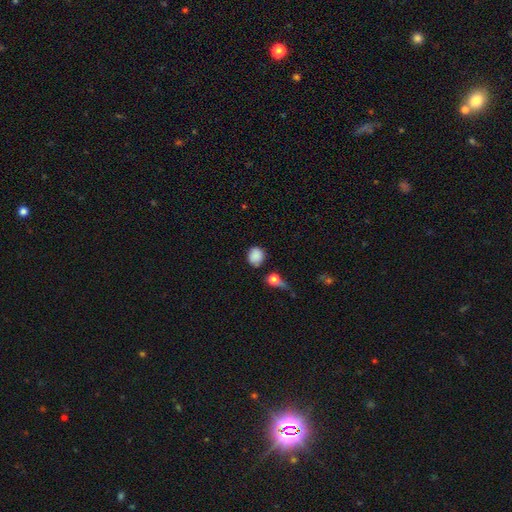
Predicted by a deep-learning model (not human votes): Morphology: type=smooth (85%); roundness=round (76%); merging=none (75%).